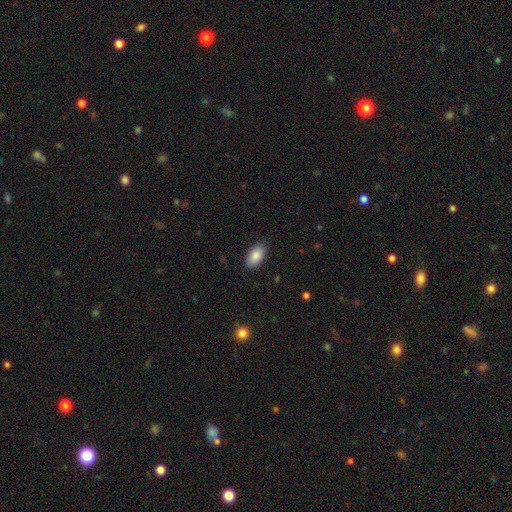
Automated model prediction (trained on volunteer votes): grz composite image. It shows a smooth galaxy with no disk features (88%) that is in between round and cigar-shaped (95%). Merging: none (86%).